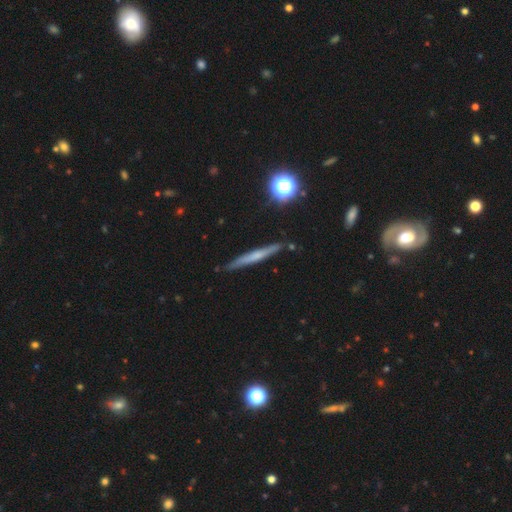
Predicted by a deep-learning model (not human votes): Smooth or featured: featured or disk — 48% (smooth — 43%)
Merging: none — 88% (minor disturbance — 9%)